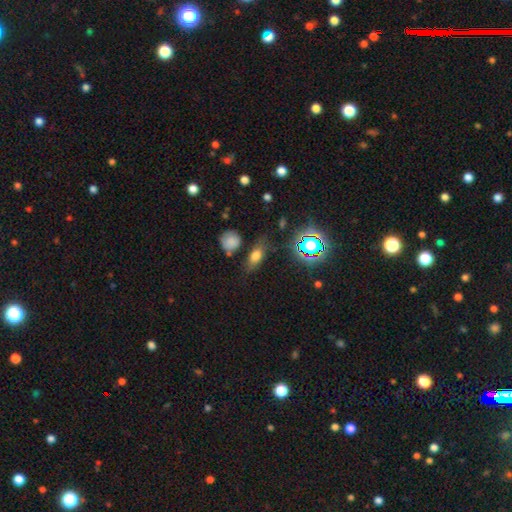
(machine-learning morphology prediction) Smooth or featured? smooth (66%)
How rounded? in between (68%)
Merging? none (67%)